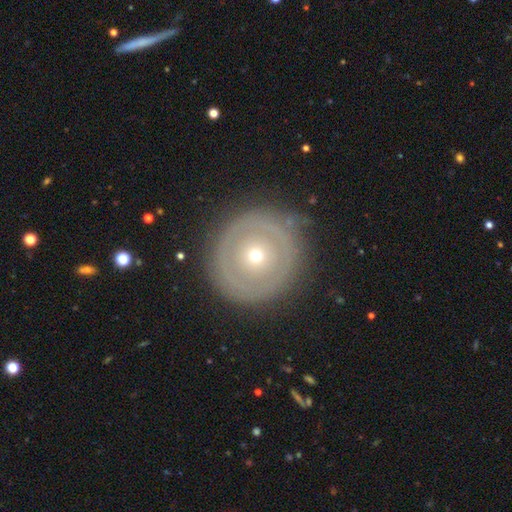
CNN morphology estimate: smooth_or_featured: featured or disk (p=0.56) [alt: smooth p=0.36]
disk_edge_on: no (p=0.96) [alt: yes p=0.04]
bar: no (p=0.92) [alt: weak p=0.06]
has_spiral_arms: no (p=0.80) [alt: yes p=0.20]
bulge_size: small (p=0.64) [alt: moderate p=0.33]
merging: none (p=0.85) [alt: minor disturbance p=0.10]